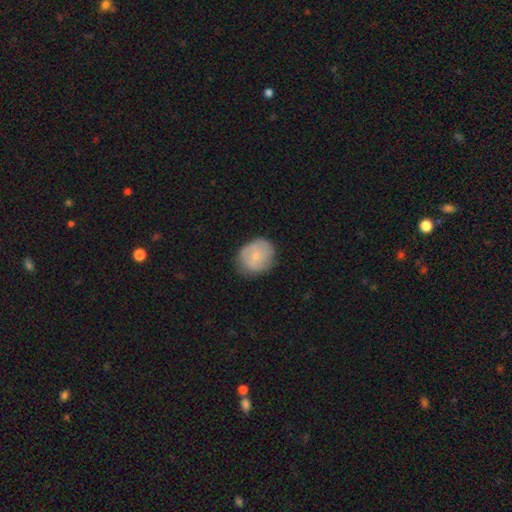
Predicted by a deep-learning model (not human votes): Smooth or featured?
  - smooth: 65% *
  - featured or disk: 29%
  - star or artifact: 7%
How rounded?
  - round: 68% *
  - in between: 31%
  - cigar-shaped: 1%
Merging?
  - none: 74% *
  - minor disturbance: 20%
  - major disturbance: 5%
  - merger: 1%